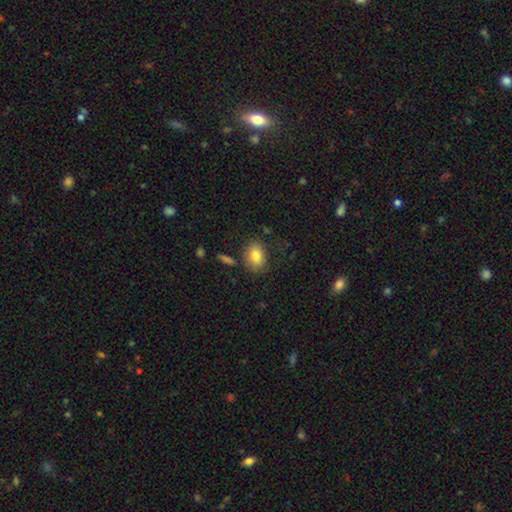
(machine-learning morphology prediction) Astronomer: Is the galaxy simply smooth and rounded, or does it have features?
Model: smooth — 81%.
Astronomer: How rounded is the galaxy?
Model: in between — 67%.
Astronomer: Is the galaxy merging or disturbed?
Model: none — 77%.